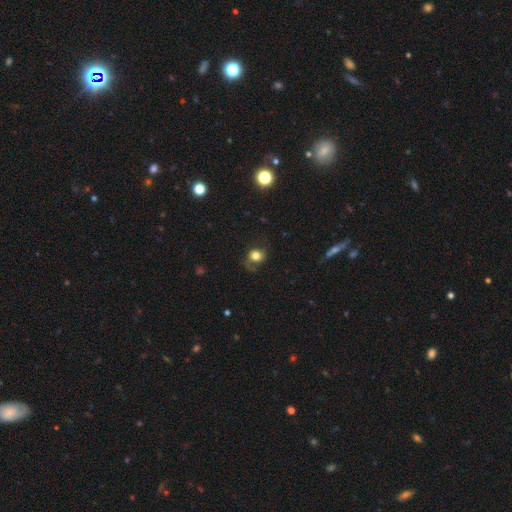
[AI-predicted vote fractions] A smooth galaxy with no disk features (75%) that is round (71%). Merging: none (61%).